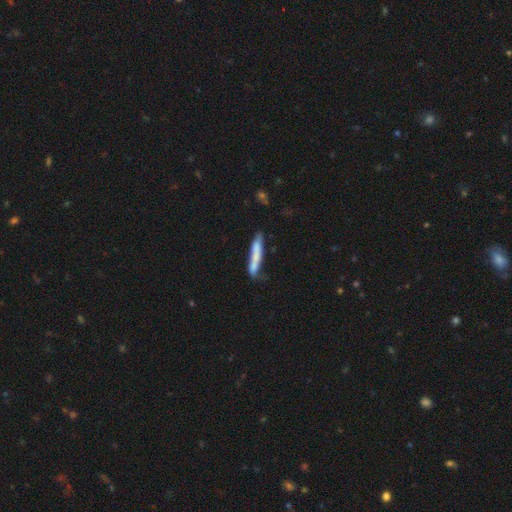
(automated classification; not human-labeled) smooth-or-featured: smooth: 65% | featured or disk: 29% | star or artifact: 6%
  how-rounded: cigar-shaped: 92% | in between: 7% | round: 1%
  merging: none: 57% | minor disturbance: 26% | merger: 9% | major disturbance: 8%